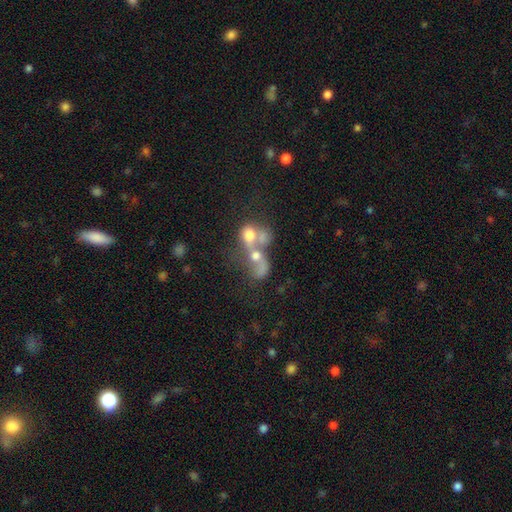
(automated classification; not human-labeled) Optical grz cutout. It shows a smooth galaxy with no disk features (45%). Merging: merger (68%).